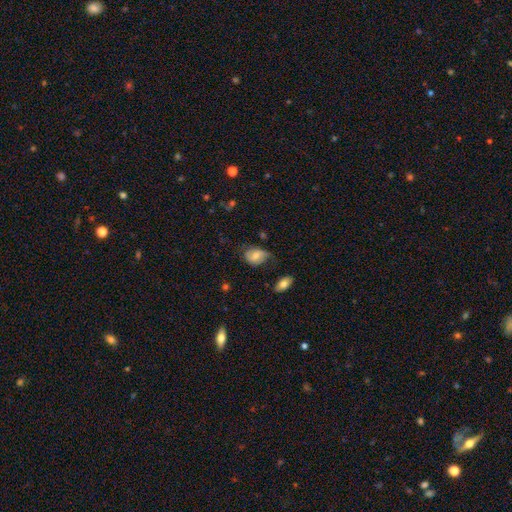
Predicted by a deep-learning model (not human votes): smooth 64%, featured or disk 28%, star or artifact 8%. Down the decision tree: how rounded — in between (71%); merging — none (50%).